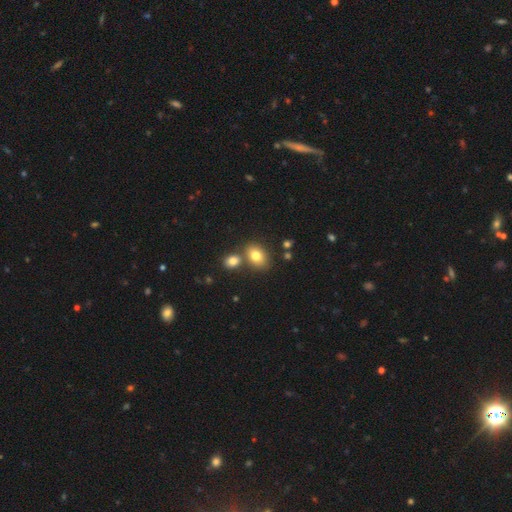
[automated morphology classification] Q: Smooth or featured?
A: smooth (79%); runner-up: featured or disk (11%)
Q: How rounded?
A: in between (71%); runner-up: round (28%)
Q: Merging?
A: none (60%); runner-up: merger (27%)